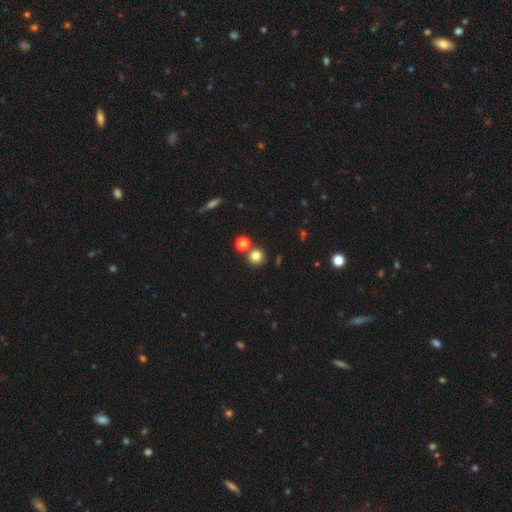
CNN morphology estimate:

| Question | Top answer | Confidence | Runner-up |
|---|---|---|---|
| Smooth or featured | smooth | 80% | star or artifact (13%) |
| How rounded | round | 91% | in between (8%) |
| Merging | none | 75% | merger (15%) |